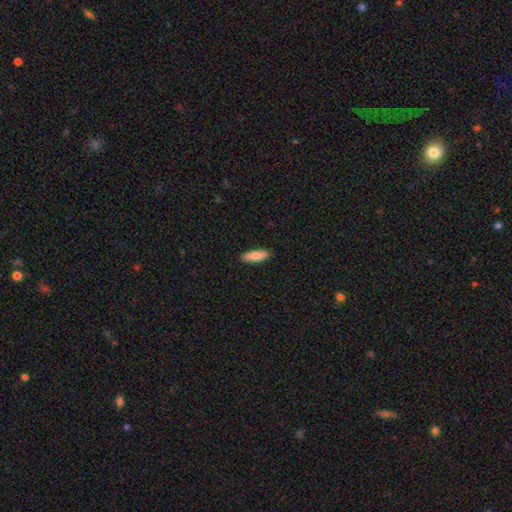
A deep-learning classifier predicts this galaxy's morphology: Q: Smooth or featured?
A: smooth (88%); runner-up: featured or disk (7%)
Q: How rounded?
A: in between (53%); runner-up: cigar-shaped (45%)
Q: Merging?
A: none (90%); runner-up: minor disturbance (7%)